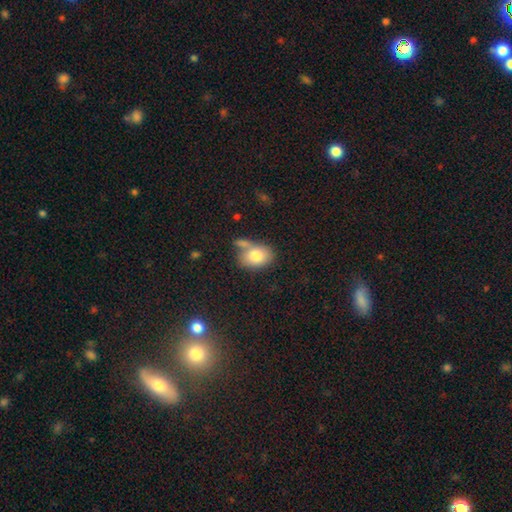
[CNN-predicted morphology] This appears to be a smooth galaxy with no disk features (78%) that is in between round and cigar-shaped (75%). Merging: none (46%).